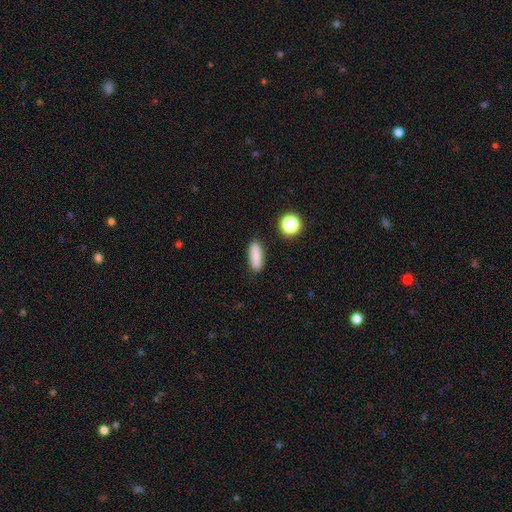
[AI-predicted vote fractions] smooth 81%, featured or disk 10%, star or artifact 9%. Down the decision tree: how rounded — in between (52%); merging — none (85%).